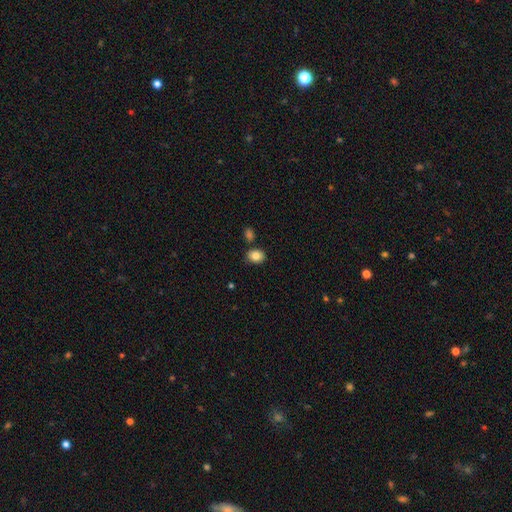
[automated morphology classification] A smooth galaxy with no disk features (84%) that is in between round and cigar-shaped (57%).

Vote fractions:
- Smooth or featured? smooth: 84% / star or artifact: 9% / featured or disk: 7%
- How rounded? in between: 57% / round: 42% / cigar-shaped: 1%
- Merging? none: 80% / minor disturbance: 11% / merger: 7% / major disturbance: 2%